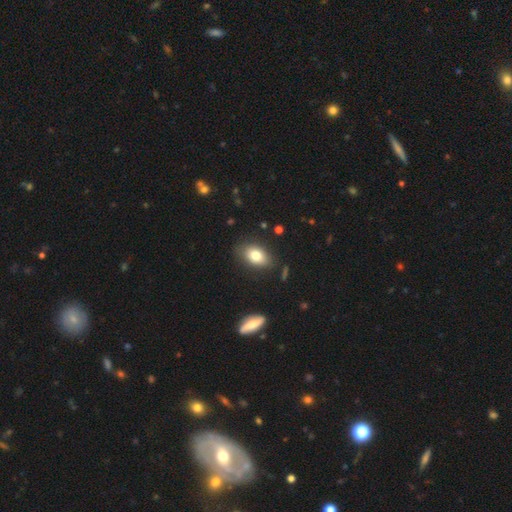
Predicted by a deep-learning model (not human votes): A smooth galaxy with no disk features (79%) that is in between round and cigar-shaped (85%). Merging: none (82%).